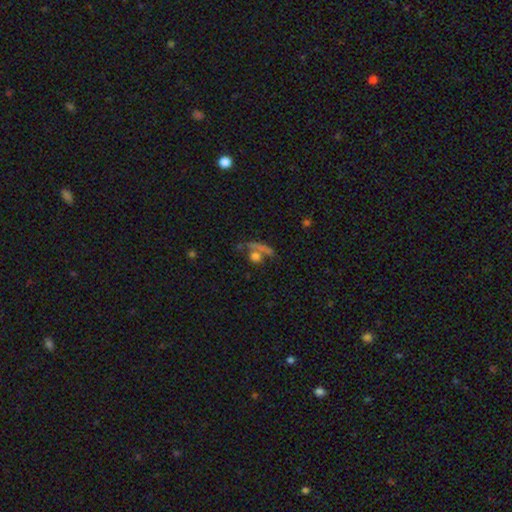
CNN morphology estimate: Smooth or featured? Predicted: smooth (p=0.53). How rounded? Predicted: round (p=0.69). Merging? Predicted: none (p=0.45).